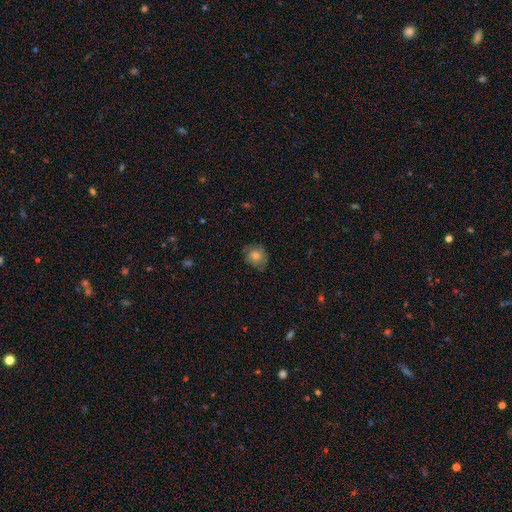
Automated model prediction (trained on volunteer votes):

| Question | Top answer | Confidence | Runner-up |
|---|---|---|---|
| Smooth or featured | smooth | 71% | featured or disk (18%) |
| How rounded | round | 78% | in between (21%) |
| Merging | none | 75% | minor disturbance (19%) |